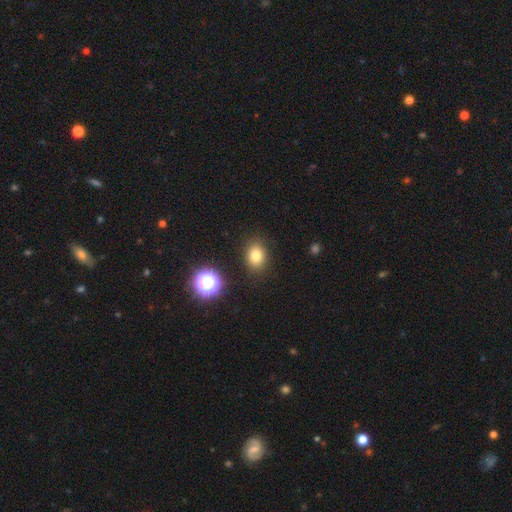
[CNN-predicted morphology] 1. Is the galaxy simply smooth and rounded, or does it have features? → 79% smooth, 13% star or artifact, 7% featured or disk.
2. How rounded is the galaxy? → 57% in between, 42% round, 1% cigar-shaped.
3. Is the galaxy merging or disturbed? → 87% none, 8% minor disturbance, 3% major disturbance, 2% merger.